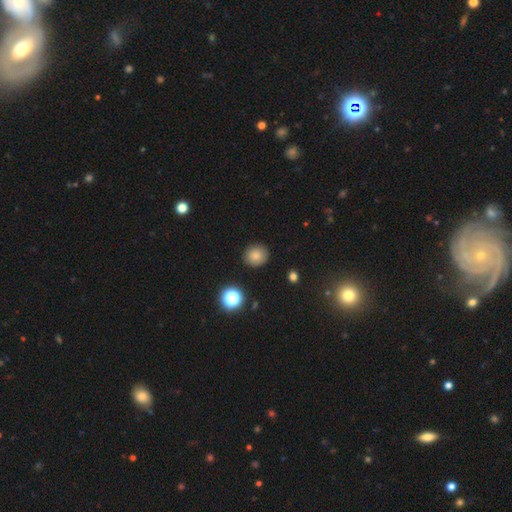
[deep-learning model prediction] smooth-or-featured: smooth: 81% | star or artifact: 13% | featured or disk: 6%
  how-rounded: round: 85% | in between: 14% | cigar-shaped: 1%
  merging: none: 89% | minor disturbance: 8% | major disturbance: 2% | merger: 1%